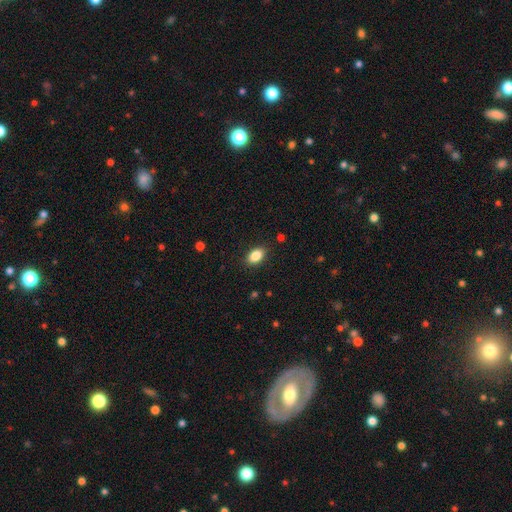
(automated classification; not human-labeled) The model was most divided on "merging": none: 88%, minor disturbance: 9%, major disturbance: 2%, merger: 1%. More confident: how rounded — in between (89%); smooth or featured — smooth (87%).